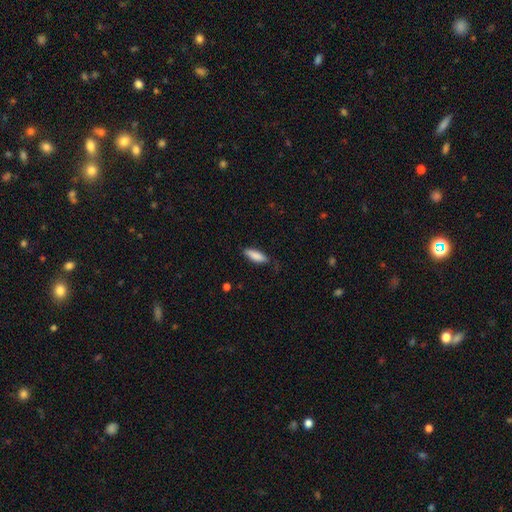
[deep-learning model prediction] The model was most divided on "how rounded": in between: 56%, cigar-shaped: 42%, round: 2%. More confident: smooth or featured — smooth (86%); merging — none (74%).